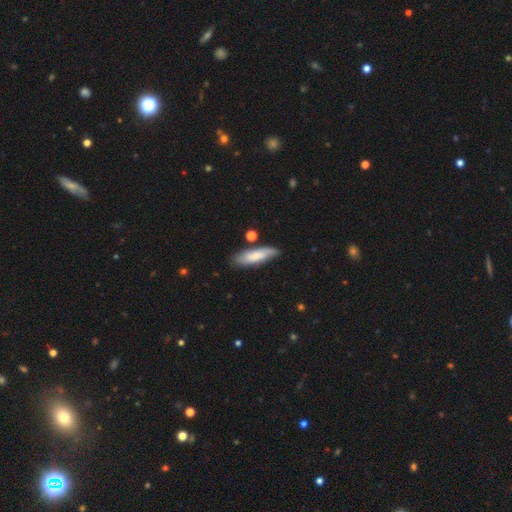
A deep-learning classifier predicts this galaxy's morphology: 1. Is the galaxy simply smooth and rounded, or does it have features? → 67% smooth, 27% featured or disk, 6% star or artifact.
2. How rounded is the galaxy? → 59% cigar-shaped, 39% in between, 2% round.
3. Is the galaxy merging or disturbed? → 75% none, 16% minor disturbance, 5% merger, 3% major disturbance.